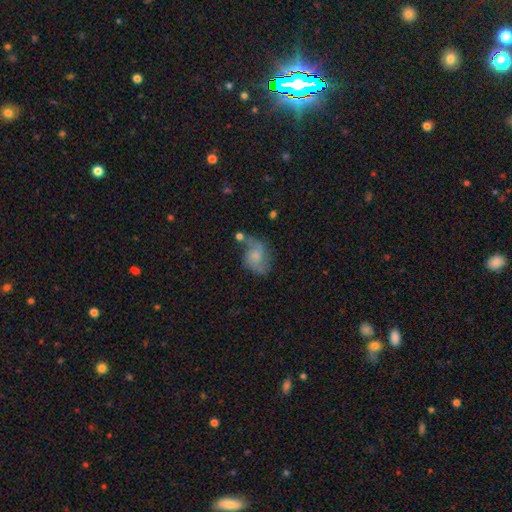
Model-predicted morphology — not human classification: Q: Smooth or featured?
A: featured or disk (53%); runner-up: smooth (37%)
Q: Edge-on disk?
A: no (97%); runner-up: yes (3%)
Q: Bar?
A: no (69%); runner-up: weak (27%)
Q: Spiral arms?
A: yes (84%); runner-up: no (16%)
Q: Bulge size?
A: small (31%); runner-up: moderate (30%)
Q: Merging?
A: none (47%); runner-up: minor disturbance (25%)